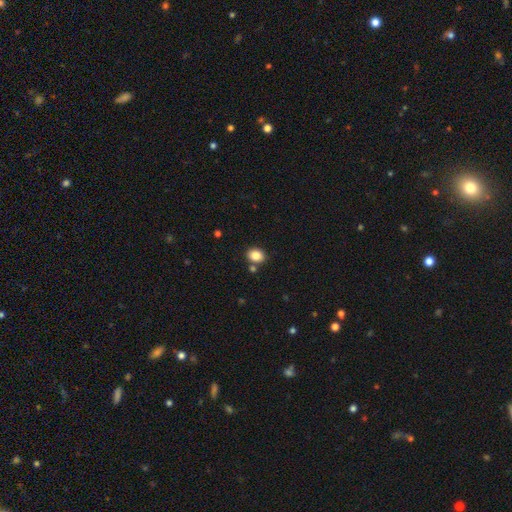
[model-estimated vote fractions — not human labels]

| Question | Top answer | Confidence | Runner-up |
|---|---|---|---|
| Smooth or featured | smooth | 84% | star or artifact (10%) |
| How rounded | in between | 50% | tied: round (50%) |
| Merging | none | 79% | minor disturbance (10%) |